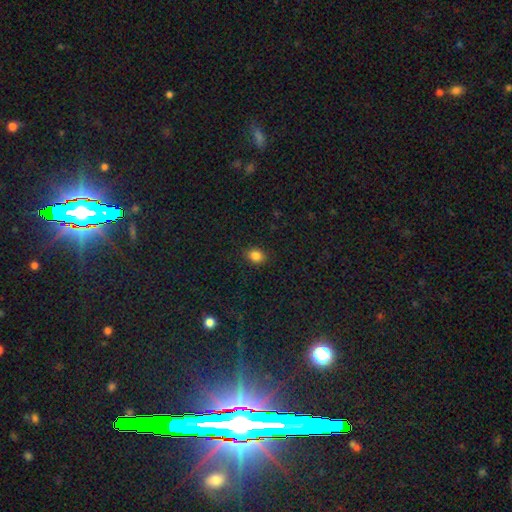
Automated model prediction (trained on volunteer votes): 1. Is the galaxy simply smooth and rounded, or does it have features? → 84% smooth, 11% star or artifact, 4% featured or disk.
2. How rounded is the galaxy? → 54% in between, 44% round, 1% cigar-shaped.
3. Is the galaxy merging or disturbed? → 89% none, 8% minor disturbance, 2% major disturbance, 1% merger.